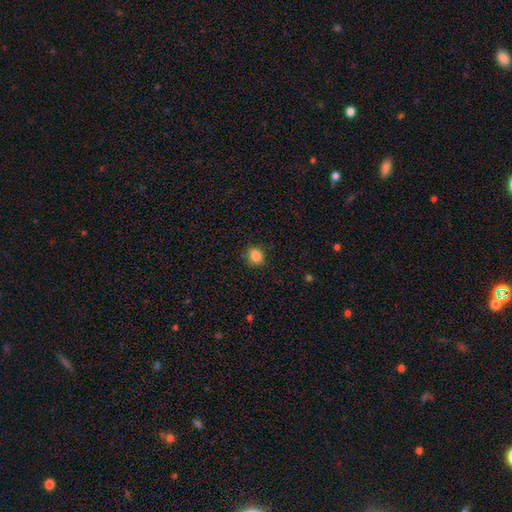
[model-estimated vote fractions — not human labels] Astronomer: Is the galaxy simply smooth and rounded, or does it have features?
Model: smooth — 84%.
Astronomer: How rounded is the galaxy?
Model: round — 50% (runner-up: in between, 49%).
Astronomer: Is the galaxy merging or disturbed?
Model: none — 79%.